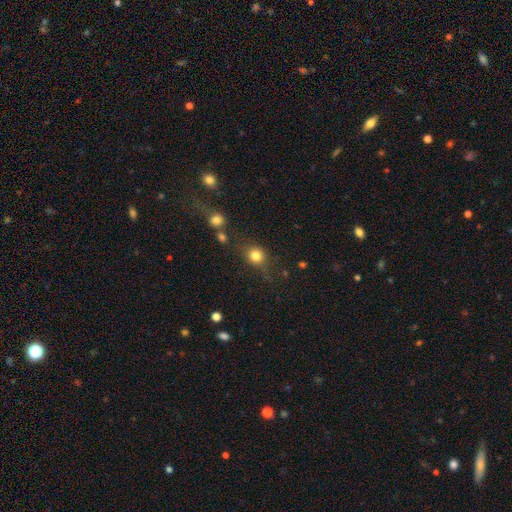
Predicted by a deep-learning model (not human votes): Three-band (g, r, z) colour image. It shows a smooth galaxy with no disk features (81%) that is round (81%). Merging: none (68%).